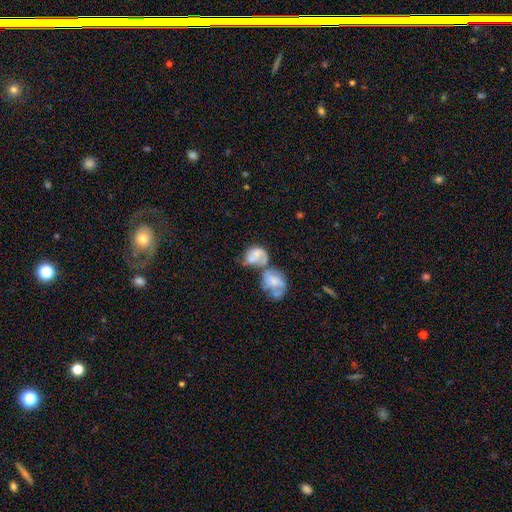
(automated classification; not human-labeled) A smooth galaxy with no disk features (48%).

Vote fractions:
- Smooth or featured? smooth: 48% / featured or disk: 44% / star or artifact: 8%
- Merging? merger: 67% / none: 13% / major disturbance: 12% / minor disturbance: 9%